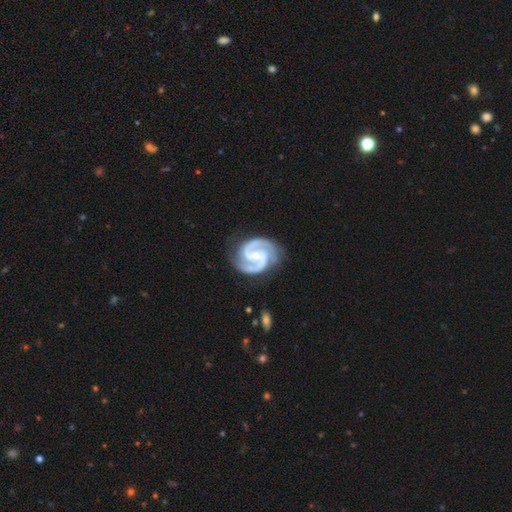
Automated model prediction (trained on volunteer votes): Morphology: type=featured or disk (94%); edge-on=no (98%); bar=no (44%); spiral arms=yes (99%); winding=medium (57%); arm count=2 (91%); bulge=small (65%); merging=none (80%).